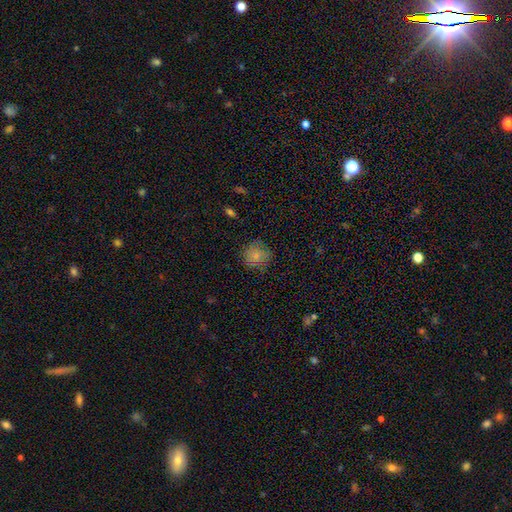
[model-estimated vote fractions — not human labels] Smooth or featured? Predicted: smooth (p=0.79). How rounded? Predicted: round (p=0.90). Merging? Predicted: none (p=0.80).